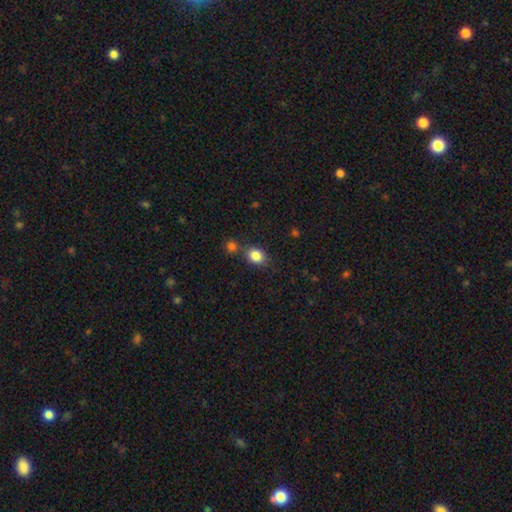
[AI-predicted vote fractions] Morphology: type=smooth (84%); roundness=in between (56%); merging=none (69%).